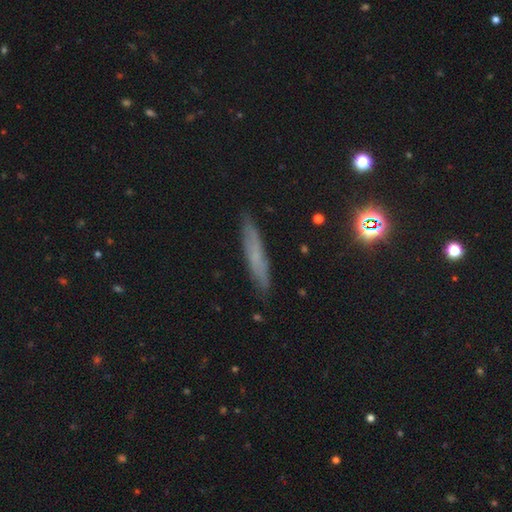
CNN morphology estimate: smooth-or-featured: smooth: 52% | featured or disk: 34% | star or artifact: 14%
  how-rounded: cigar-shaped: 91% | in between: 7% | round: 2%
  merging: none: 87% | minor disturbance: 10% | major disturbance: 2% | merger: 1%